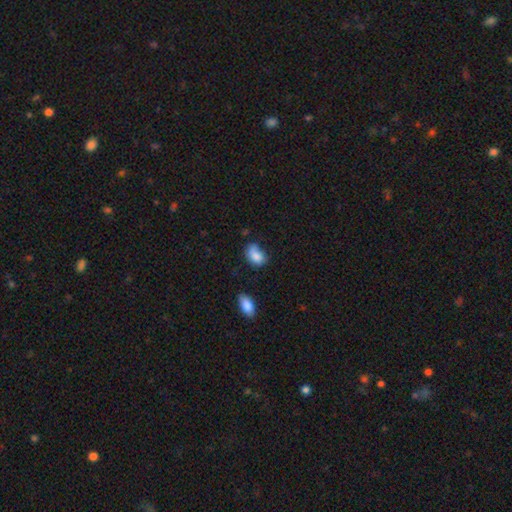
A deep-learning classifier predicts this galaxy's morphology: Smooth or featured: smooth — 84% (star or artifact — 8%)
How rounded: in between — 83% (round — 15%)
Merging: none — 45% (minor disturbance — 37%)